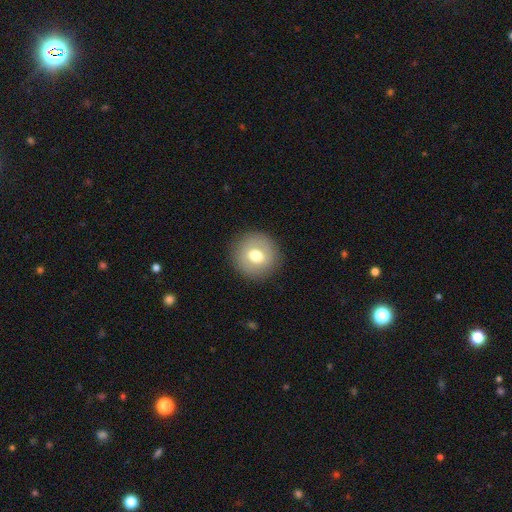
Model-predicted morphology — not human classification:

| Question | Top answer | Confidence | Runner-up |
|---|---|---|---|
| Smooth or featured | smooth | 70% | featured or disk (22%) |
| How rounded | round | 93% | in between (6%) |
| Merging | none | 89% | minor disturbance (7%) |